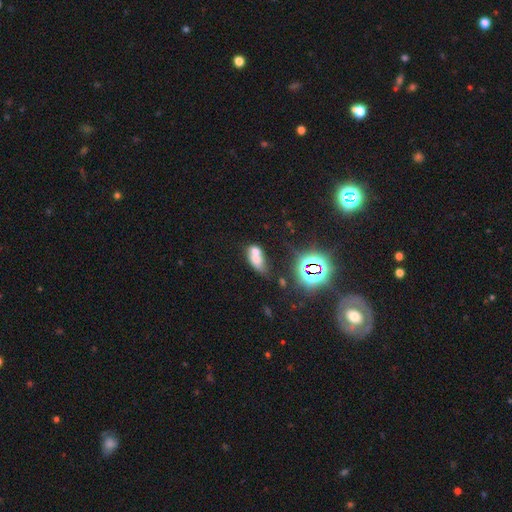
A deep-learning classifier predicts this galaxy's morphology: type=smooth (57%); roundness=in between (77%); merging=merger (54%).